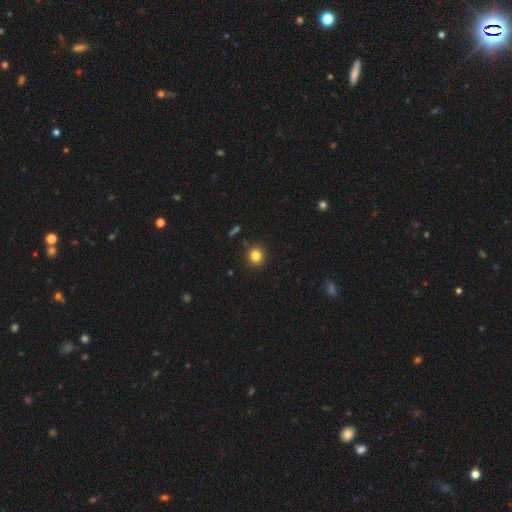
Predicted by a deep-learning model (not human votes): Smooth or featured? Predicted: smooth (p=0.83). How rounded? Predicted: round (p=0.87). Merging? Predicted: none (p=0.91).